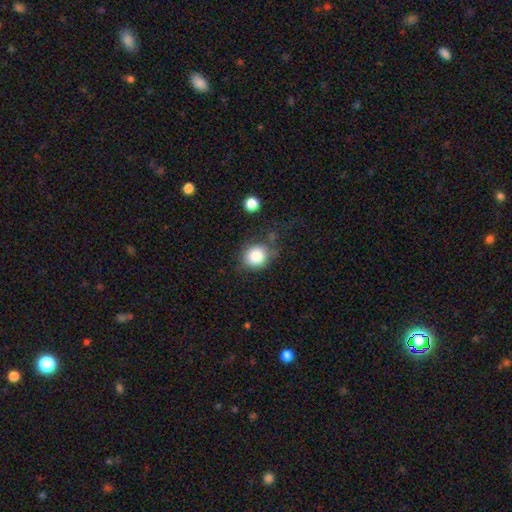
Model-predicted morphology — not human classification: Q: Smooth or featured?
A: smooth (85%); runner-up: star or artifact (9%)
Q: How rounded?
A: round (81%); runner-up: in between (18%)
Q: Merging?
A: none (65%); runner-up: minor disturbance (20%)